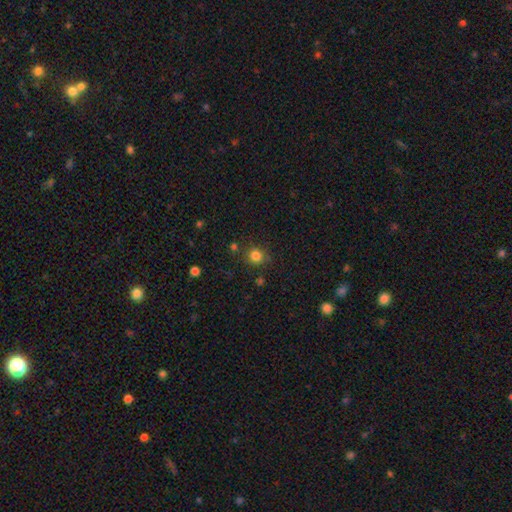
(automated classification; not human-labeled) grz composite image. It shows a smooth galaxy with no disk features (82%) that is round (89%). Merging: none (81%).